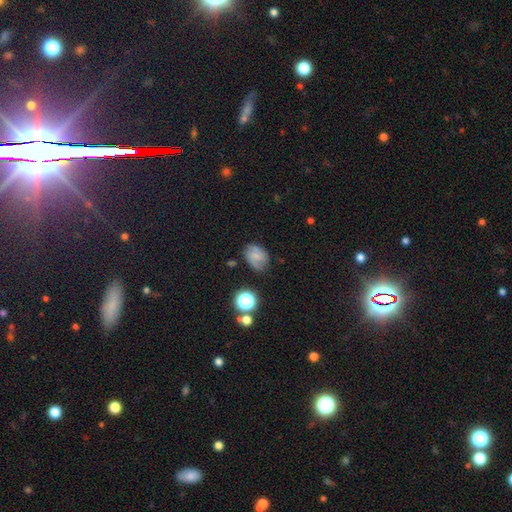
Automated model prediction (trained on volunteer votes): Smooth or featured? Predicted: smooth (p=0.54). How rounded? Predicted: in between (p=0.60). Merging? Predicted: none (p=0.63).